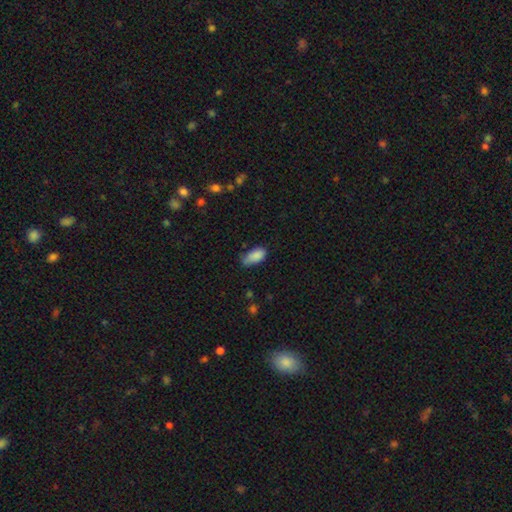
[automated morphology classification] This appears to be a smooth galaxy with no disk features (86%) that is in between round and cigar-shaped (90%). Merging: none (51%).